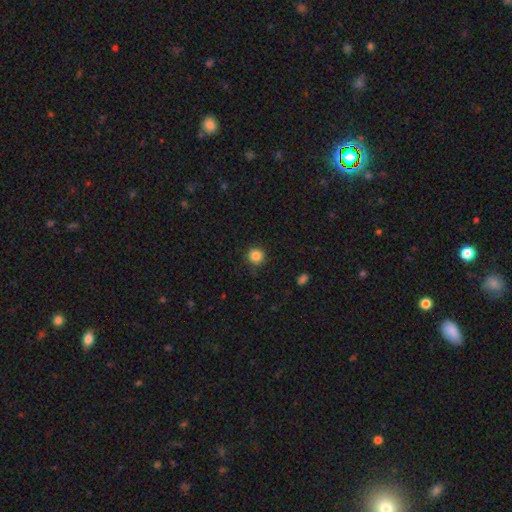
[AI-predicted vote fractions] smooth-or-featured: smooth: 86% | star or artifact: 11% | featured or disk: 3%
  how-rounded: round: 94% | in between: 5% | cigar-shaped: 1%
  merging: none: 88% | minor disturbance: 9% | major disturbance: 2% | merger: 1%